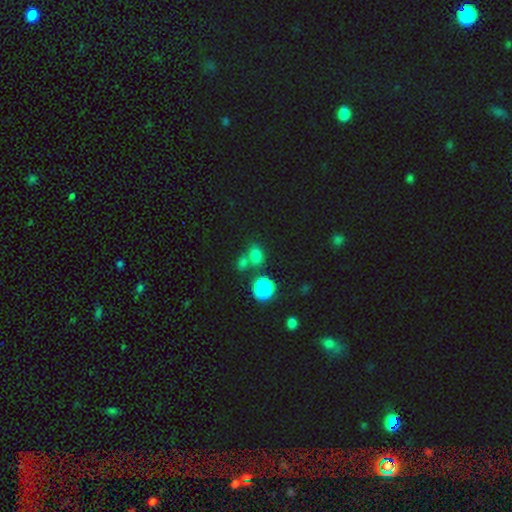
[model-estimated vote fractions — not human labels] Smooth or featured? Predicted: smooth (p=0.75). How rounded? Predicted: in between (p=0.62). Merging? Predicted: none (p=0.52).